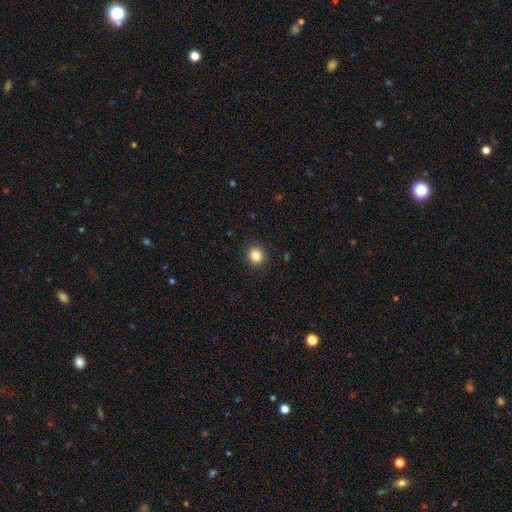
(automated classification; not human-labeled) Smooth or featured: smooth — 85% (star or artifact — 11%)
How rounded: round — 83% (in between — 16%)
Merging: none — 91% (minor disturbance — 6%)